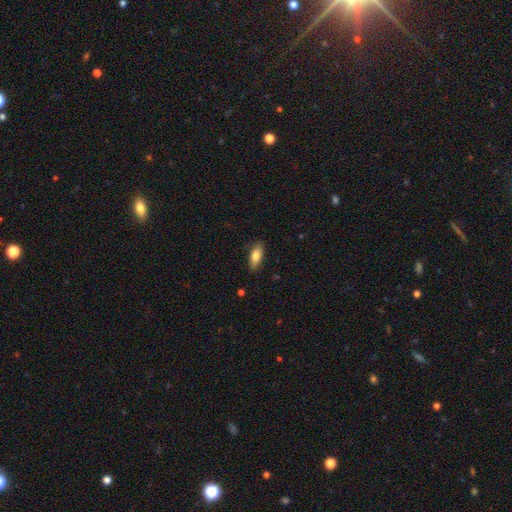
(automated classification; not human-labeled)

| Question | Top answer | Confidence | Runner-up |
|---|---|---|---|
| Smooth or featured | smooth | 78% | featured or disk (15%) |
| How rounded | in between | 80% | cigar-shaped (18%) |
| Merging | none | 87% | minor disturbance (10%) |